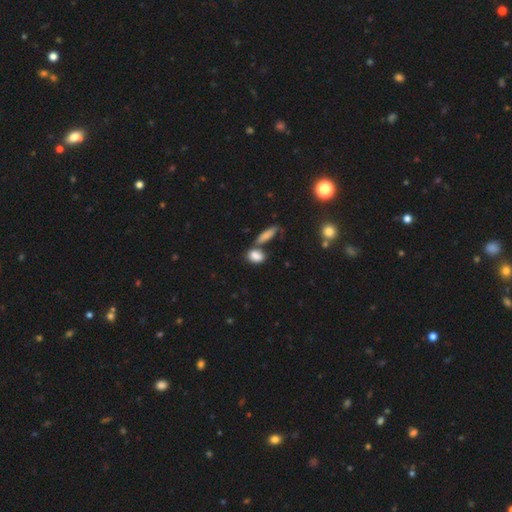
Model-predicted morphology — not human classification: Smooth or featured? smooth (83%)
How rounded? in between (79%)
Merging? none (47%)